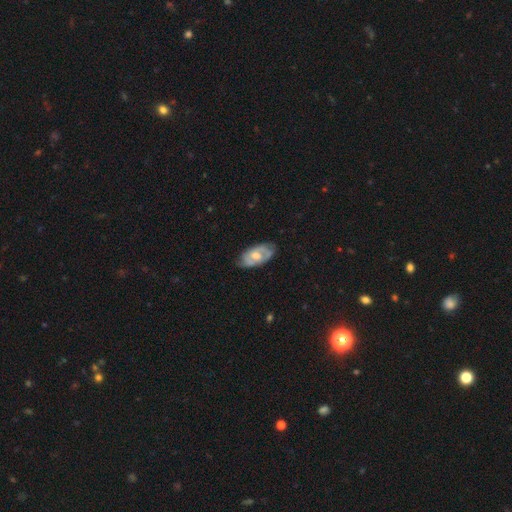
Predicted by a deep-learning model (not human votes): Smooth or featured?
  - featured or disk: 60% *
  - smooth: 34%
  - star or artifact: 6%
Edge-on disk?
  - no: 91% *
  - yes: 9%
Bar?
  - no: 55% *
  - weak: 37%
  - strong: 8%
Spiral arms?
  - yes: 68% *
  - no: 32%
Bulge size?
  - moderate: 66% *
  - small: 20%
  - large: 10%
  - none: 3%
  - dominant: 1%
Merging?
  - none: 70% *
  - minor disturbance: 23%
  - major disturbance: 5%
  - merger: 1%